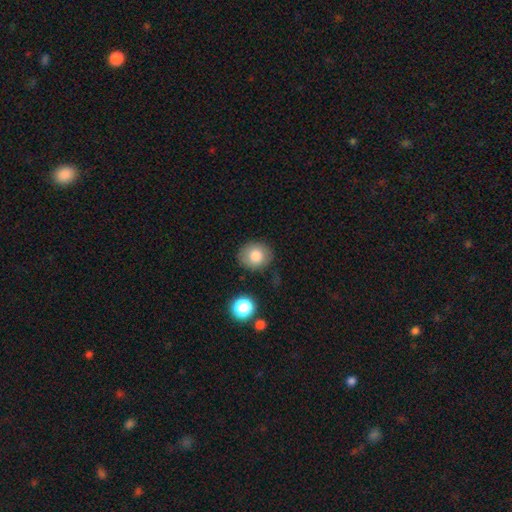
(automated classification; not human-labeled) The model was most divided on "how rounded": round: 77%, in between: 22%, cigar-shaped: 1%. More confident: merging — none (82%); smooth or featured — smooth (80%).